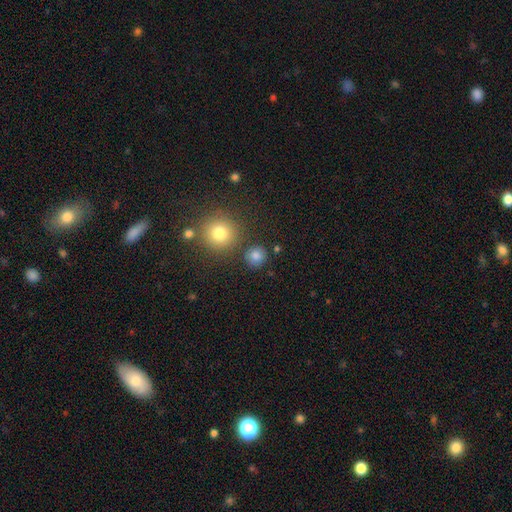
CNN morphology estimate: This is clearly a smooth galaxy (81%). How rounded: clearly round (90%). Merging: clearly none (84%).